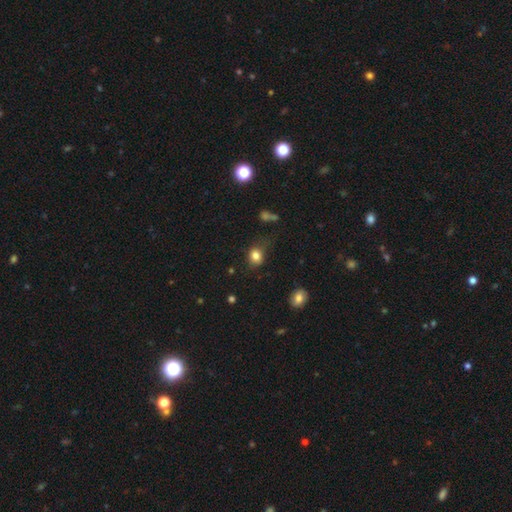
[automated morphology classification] smooth-or-featured: smooth: 82% | star or artifact: 11% | featured or disk: 7%
  how-rounded: round: 58% | in between: 41% | cigar-shaped: 1%
  merging: none: 62% | minor disturbance: 25% | major disturbance: 10% | merger: 3%